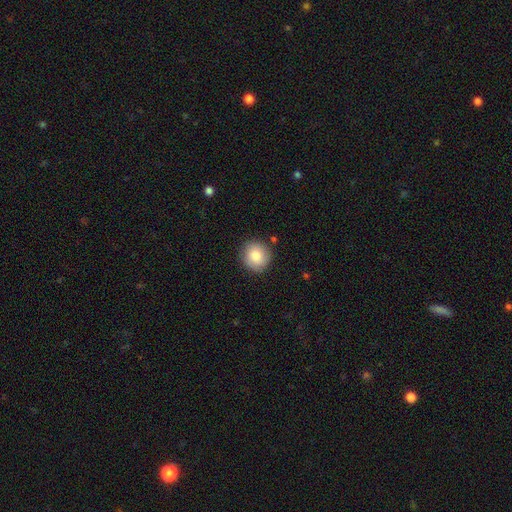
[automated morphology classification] type=smooth (83%); roundness=round (92%); merging=none (86%).